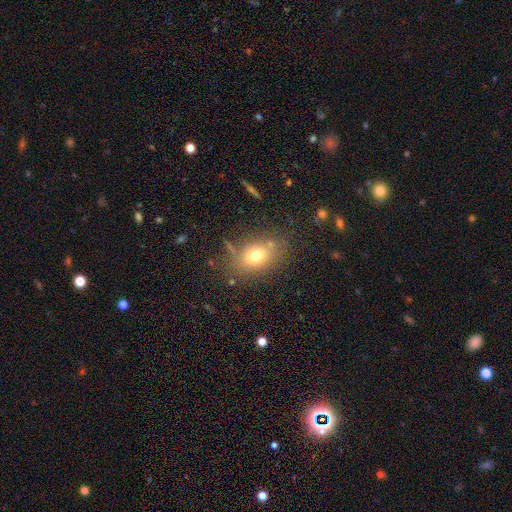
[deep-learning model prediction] Morphology: type=smooth (71%); roundness=in between (68%); merging=none (73%).